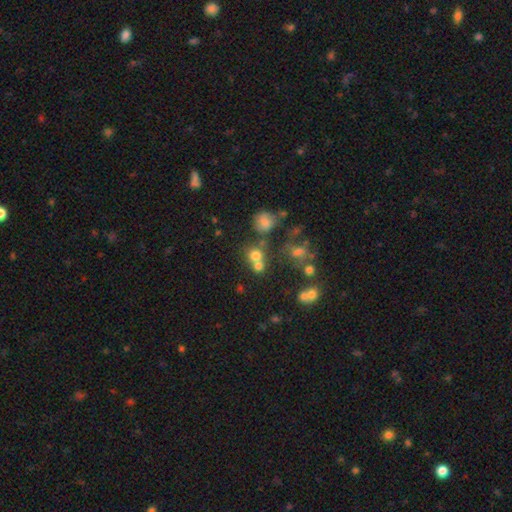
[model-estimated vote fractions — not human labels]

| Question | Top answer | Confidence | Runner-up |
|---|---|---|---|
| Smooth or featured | smooth | 69% | star or artifact (18%) |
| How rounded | round | 82% | in between (17%) |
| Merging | none | 47% | merger (40%) |